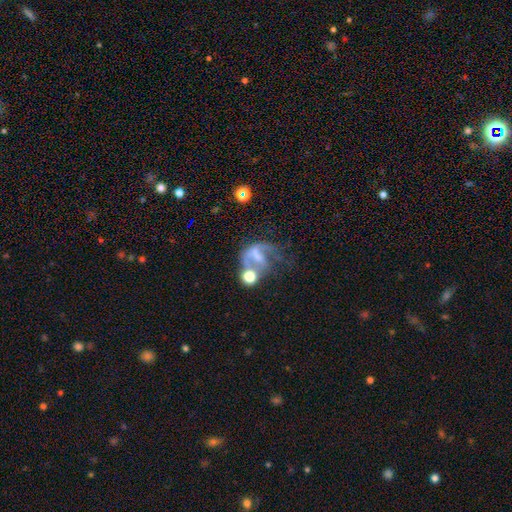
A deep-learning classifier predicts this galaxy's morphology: A featured or disk galaxy (53%) with no bar (51%), no spiral arms (54%) and no central bulge (45%).

Vote fractions:
- Smooth or featured? featured or disk: 53% / smooth: 31% / star or artifact: 16%
- Edge-on disk? no: 97% / yes: 3%
- Bar? no: 51% / weak: 29% / strong: 21%
- Spiral arms? no: 54% / yes: 46%
- Bulge size? none: 45% / small: 22% / moderate: 22% / large: 8% / dominant: 3%
- Merging? major disturbance: 42% / merger: 27% / none: 19% / minor disturbance: 13%